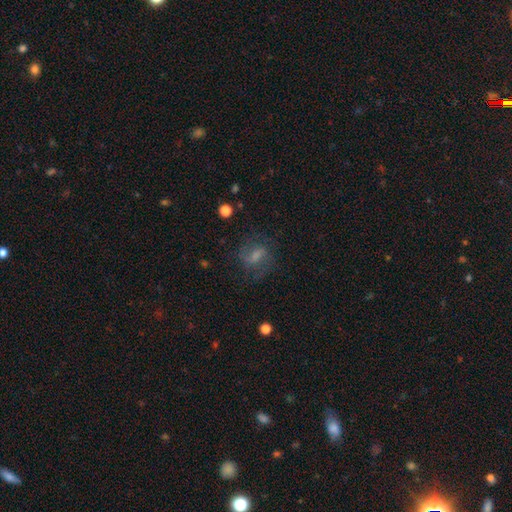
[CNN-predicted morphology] smooth_or_featured: featured or disk (p=0.48) [alt: smooth p=0.38]
merging: none (p=0.65) [alt: minor disturbance p=0.18]